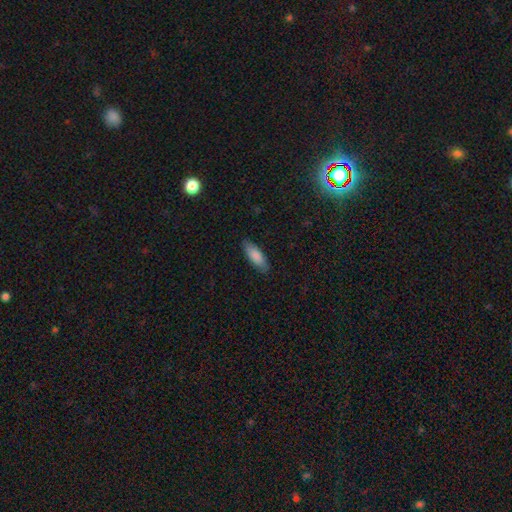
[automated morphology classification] A smooth galaxy with no disk features (85%) that is in between round and cigar-shaped (66%). Merging: none (85%).